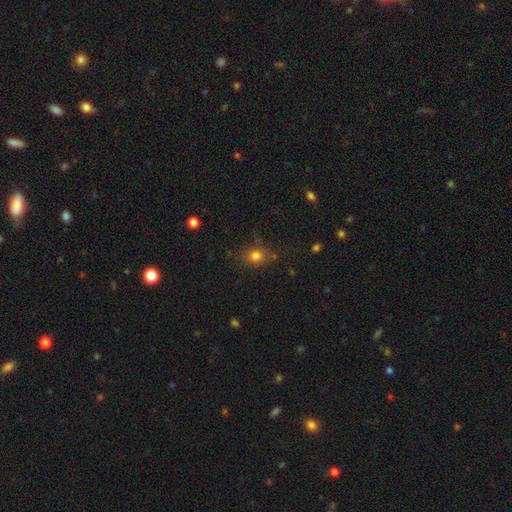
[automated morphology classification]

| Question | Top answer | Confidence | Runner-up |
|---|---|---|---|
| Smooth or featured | smooth | 78% | star or artifact (15%) |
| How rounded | round | 69% | in between (29%) |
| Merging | none | 77% | minor disturbance (15%) |